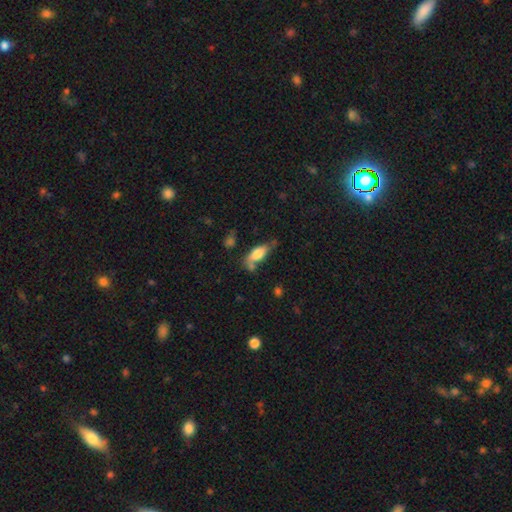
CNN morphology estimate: Overall: smooth (70%). How rounded: in between (72%). Merging: none (55%; minor disturbance 25%).